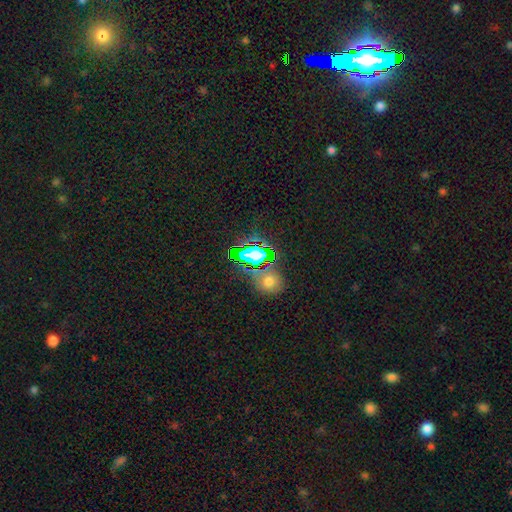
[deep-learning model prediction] smooth-or-featured: star or artifact: 54% | smooth: 33% | featured or disk: 13%